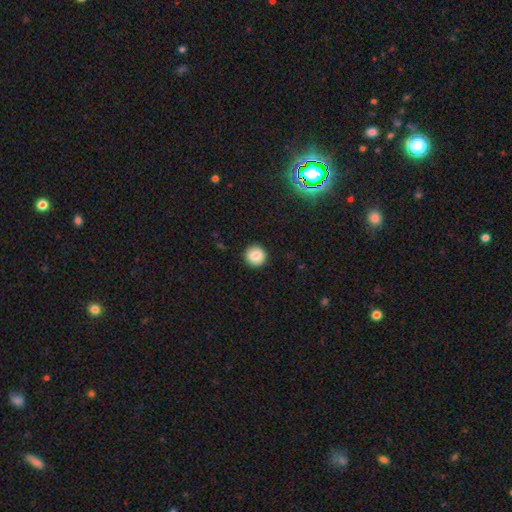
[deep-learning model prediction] Q: Smooth or featured?
A: smooth (79%); runner-up: featured or disk (12%)
Q: How rounded?
A: round (92%); runner-up: in between (7%)
Q: Merging?
A: none (89%); runner-up: minor disturbance (8%)